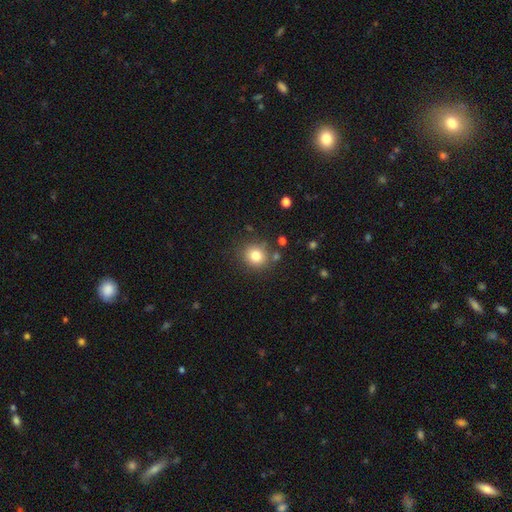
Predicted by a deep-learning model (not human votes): smooth-or-featured: smooth: 80% | star or artifact: 12% | featured or disk: 8%
  how-rounded: round: 80% | in between: 19% | cigar-shaped: 1%
  merging: none: 80% | minor disturbance: 11% | merger: 5% | major disturbance: 3%